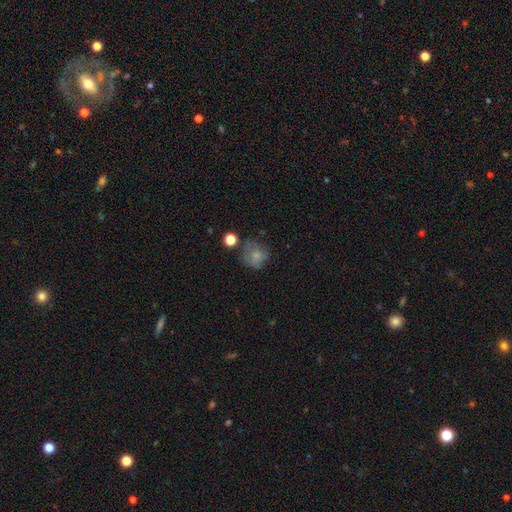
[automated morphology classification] This is likely a smooth galaxy (71%). How rounded: likely round (80%). Merging: possibly none (58%).